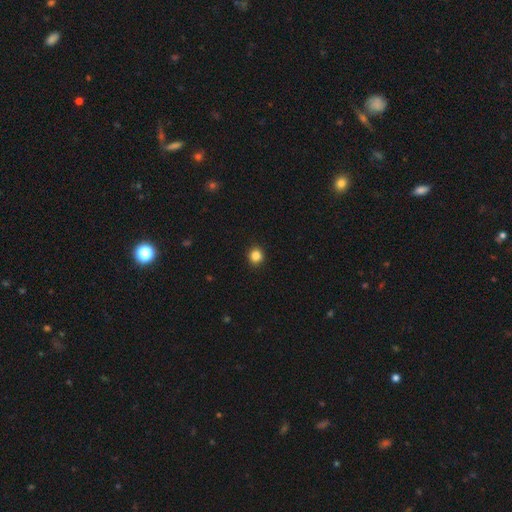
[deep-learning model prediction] Smooth or featured? smooth (85%)
How rounded? round (90%)
Merging? none (92%)